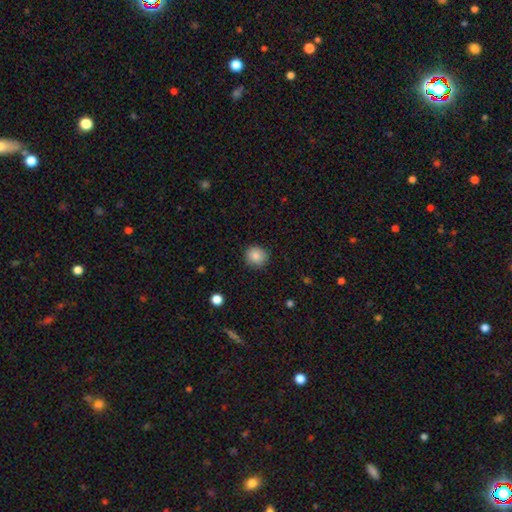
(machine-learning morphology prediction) smooth-or-featured: smooth: 85% | star or artifact: 9% | featured or disk: 6%
  how-rounded: round: 90% | in between: 9% | cigar-shaped: 1%
  merging: none: 87% | minor disturbance: 10% | major disturbance: 2% | merger: 1%